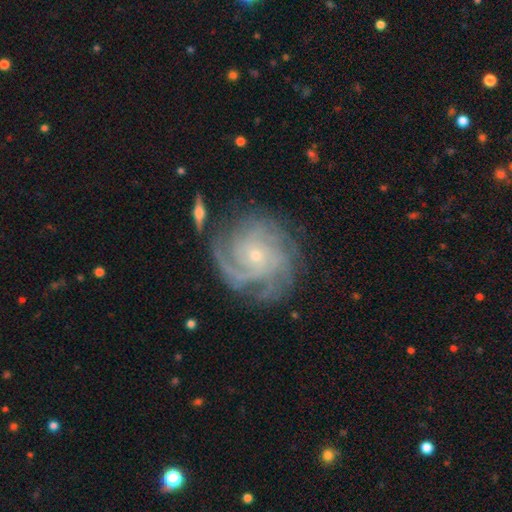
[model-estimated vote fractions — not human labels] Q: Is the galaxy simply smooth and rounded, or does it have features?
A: featured or disk — 89%.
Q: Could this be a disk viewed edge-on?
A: no — 98%.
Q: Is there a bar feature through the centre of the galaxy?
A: no — 74%.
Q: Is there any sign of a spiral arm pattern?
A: yes — 98%.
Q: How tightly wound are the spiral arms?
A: tight — 69%.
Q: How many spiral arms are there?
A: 4 — 30%.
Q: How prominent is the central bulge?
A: small — 78%.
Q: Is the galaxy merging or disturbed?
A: none — 73%.